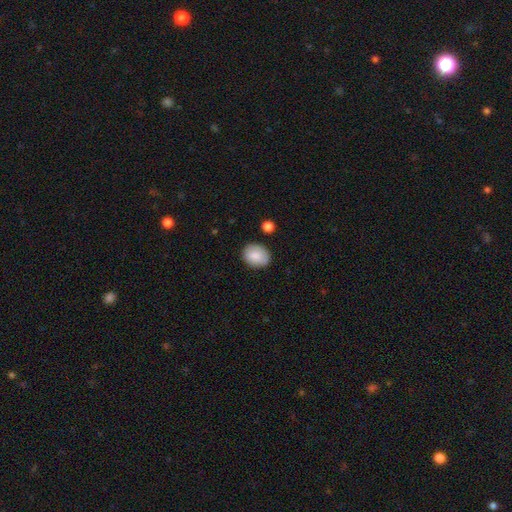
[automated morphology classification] smooth 85%, featured or disk 8%, star or artifact 7%. Down the decision tree: how rounded — in between (52%); merging — none (84%).